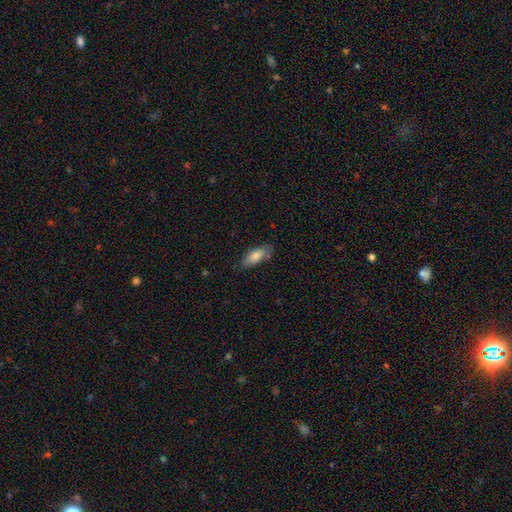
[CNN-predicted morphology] This is clearly a smooth galaxy (80%). How rounded: likely in between (77%). Merging: likely none (78%).